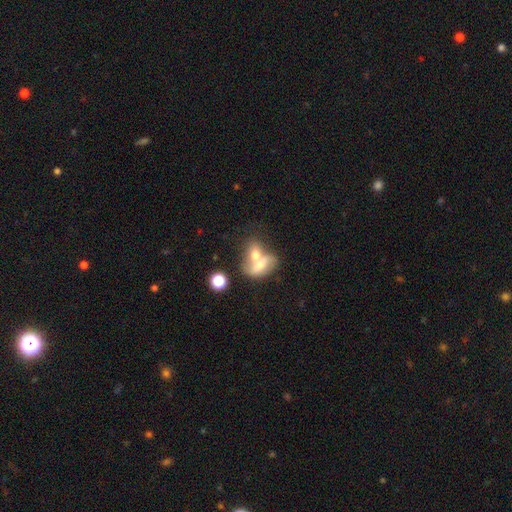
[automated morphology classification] Smooth or featured: smooth — 59% (featured or disk — 32%)
How rounded: in between — 72% (round — 23%)
Merging: merger — 67% (none — 19%)